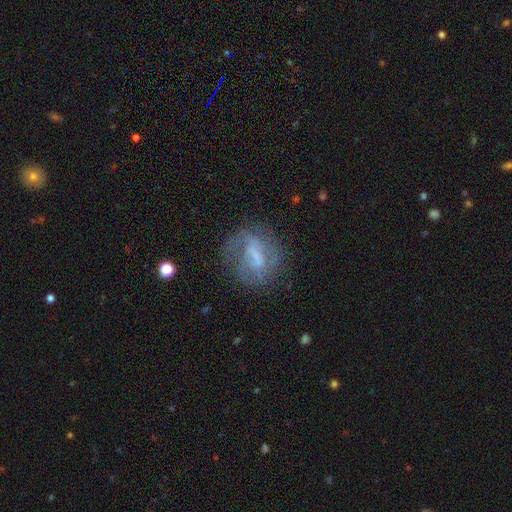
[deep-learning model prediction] Smooth or featured?
  - featured or disk: 63% *
  - smooth: 27%
  - star or artifact: 10%
Edge-on disk?
  - no: 95% *
  - yes: 5%
Bar?
  - weak: 43% *
  - strong: 32%
  - no: 24%
Spiral arms?
  - yes: 65% *
  - no: 35%
Bulge size?
  - none: 34% *
  - small: 33%
  - moderate: 26%
  - large: 5%
  - dominant: 1%
Merging?
  - none: 58% *
  - minor disturbance: 21%
  - major disturbance: 18%
  - merger: 3%